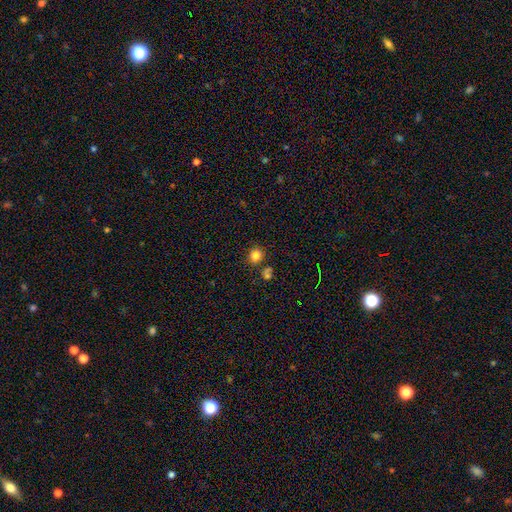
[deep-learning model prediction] This appears to be a smooth galaxy with no disk features (82%) that is round (82%). Merging: none (78%).